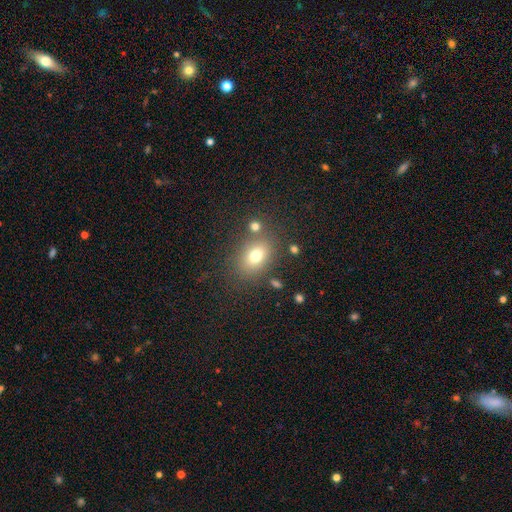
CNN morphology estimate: smooth 74%, star or artifact 13%, featured or disk 13%. Down the decision tree: how rounded — in between (68%); merging — none (75%).